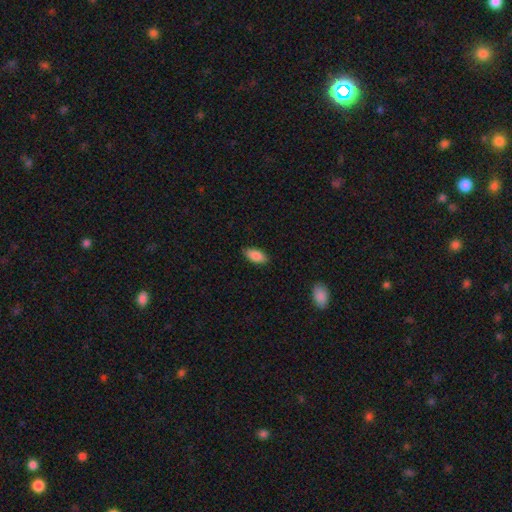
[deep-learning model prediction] The model was most divided on "merging": none: 87%, minor disturbance: 10%, major disturbance: 2%, merger: 1%. More confident: how rounded — in between (89%); smooth or featured — smooth (88%).